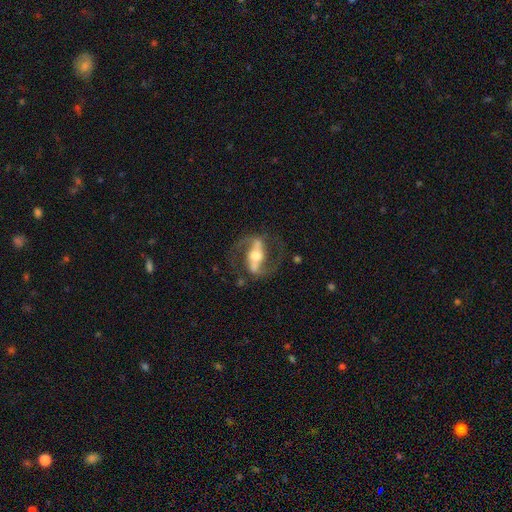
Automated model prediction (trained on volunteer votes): Q: Smooth or featured?
A: featured or disk (87%); runner-up: smooth (8%)
Q: Edge-on disk?
A: no (92%); runner-up: yes (8%)
Q: Bar?
A: strong (65%); runner-up: weak (22%)
Q: Spiral arms?
A: yes (93%); runner-up: no (7%)
Q: Spiral winding?
A: medium (56%); runner-up: loose (28%)
Q: Spiral arm count?
A: 2 (92%); runner-up: can't tell (3%)
Q: Bulge size?
A: moderate (60%); runner-up: small (22%)
Q: Merging?
A: none (74%); runner-up: minor disturbance (12%)